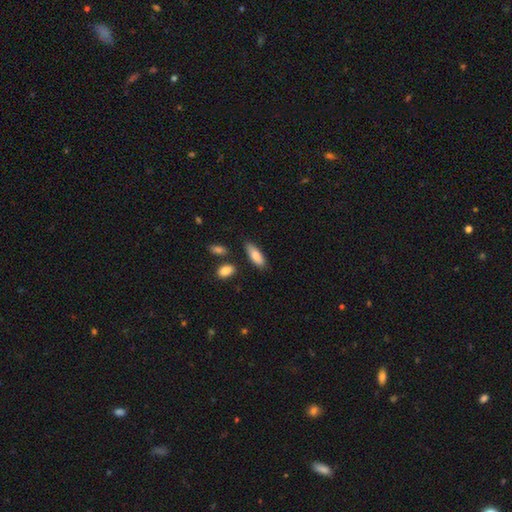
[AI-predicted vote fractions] Smooth or featured?
  - smooth: 79% *
  - featured or disk: 15%
  - star or artifact: 6%
How rounded?
  - in between: 70% *
  - cigar-shaped: 28%
  - round: 2%
Merging?
  - none: 80% *
  - minor disturbance: 13%
  - merger: 4%
  - major disturbance: 3%